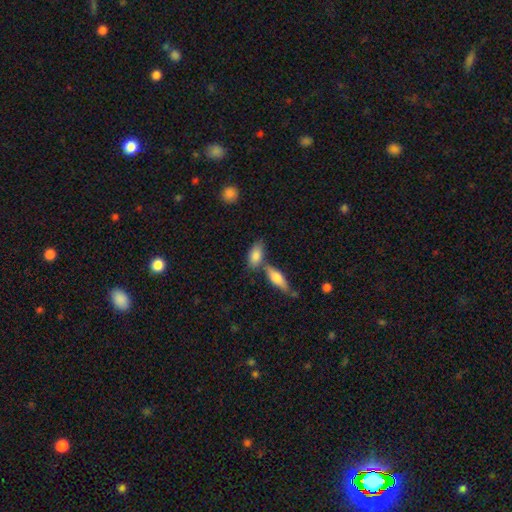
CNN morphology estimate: Q: Smooth or featured?
A: smooth (81%); runner-up: featured or disk (13%)
Q: How rounded?
A: in between (86%); runner-up: cigar-shaped (10%)
Q: Merging?
A: none (52%); runner-up: merger (31%)